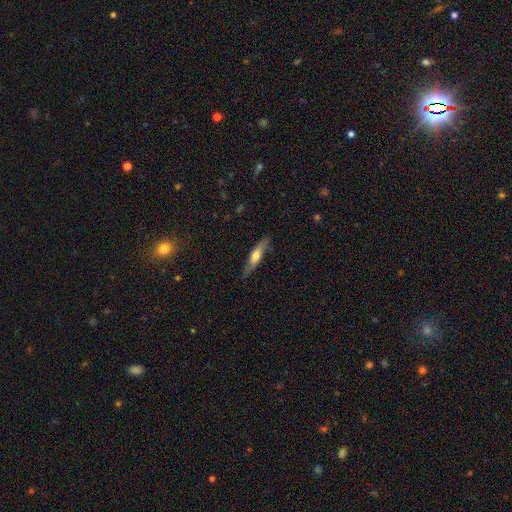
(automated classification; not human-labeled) A smooth galaxy with no disk features (49%).

Vote fractions:
- Smooth or featured? smooth: 49% / featured or disk: 45% / star or artifact: 6%
- Merging? none: 80% / minor disturbance: 16% / major disturbance: 3% / merger: 1%